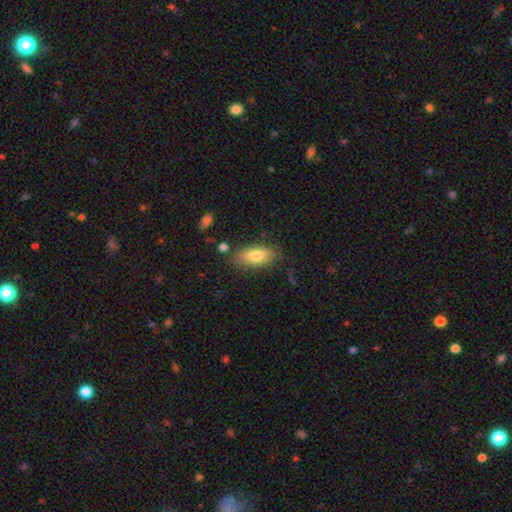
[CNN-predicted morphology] Overall: smooth (78%). How rounded: in between (84%). Merging: none (80%).